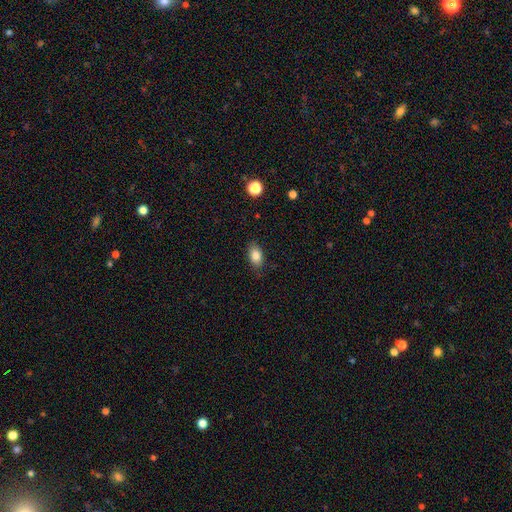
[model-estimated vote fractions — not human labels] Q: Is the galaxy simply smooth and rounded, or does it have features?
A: smooth — 84%.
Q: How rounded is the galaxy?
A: in between — 87%.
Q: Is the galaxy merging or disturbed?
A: none — 83%.